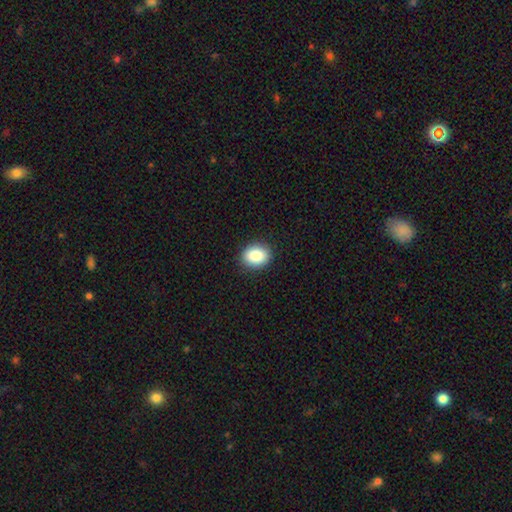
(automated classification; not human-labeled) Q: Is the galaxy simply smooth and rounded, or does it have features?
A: smooth — 86%.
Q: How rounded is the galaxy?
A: in between — 54%.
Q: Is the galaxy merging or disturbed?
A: none — 90%.